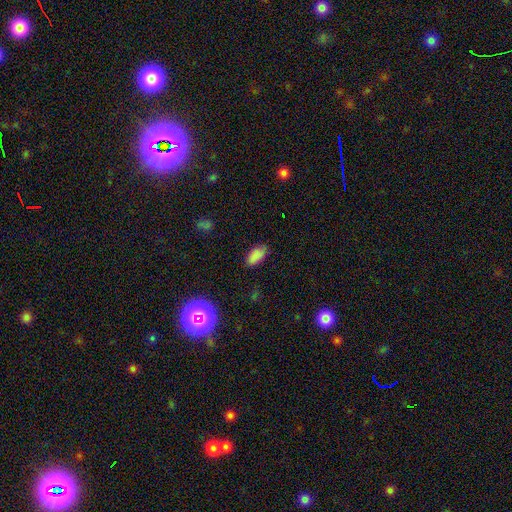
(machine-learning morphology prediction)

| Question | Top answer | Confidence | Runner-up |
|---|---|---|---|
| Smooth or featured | smooth | 83% | star or artifact (12%) |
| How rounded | in between | 93% | cigar-shaped (4%) |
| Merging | none | 81% | minor disturbance (14%) |